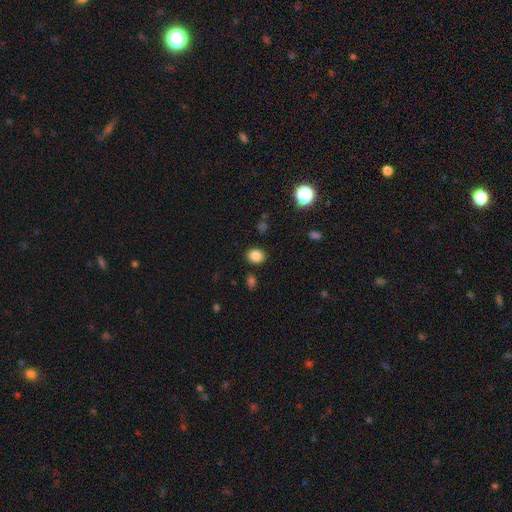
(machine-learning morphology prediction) smooth_or_featured: smooth (p=0.84) [alt: star or artifact p=0.11]
how_rounded: round (p=0.61) [alt: in between p=0.38]
merging: none (p=0.87) [alt: minor disturbance p=0.08]